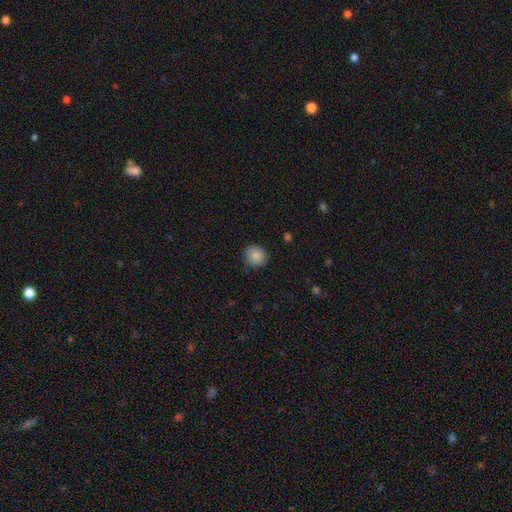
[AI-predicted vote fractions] A smooth galaxy with no disk features (88%) that is round (76%). Merging: none (86%).